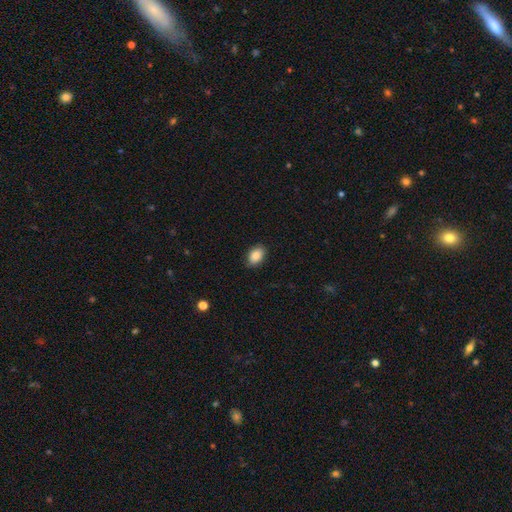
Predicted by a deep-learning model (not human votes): A smooth galaxy with no disk features (88%) that is in between round and cigar-shaped (87%).

Vote fractions:
- Smooth or featured? smooth: 88% / star or artifact: 7% / featured or disk: 5%
- How rounded? in between: 87% / round: 12% / cigar-shaped: 1%
- Merging? none: 87% / minor disturbance: 10% / major disturbance: 2% / merger: 1%